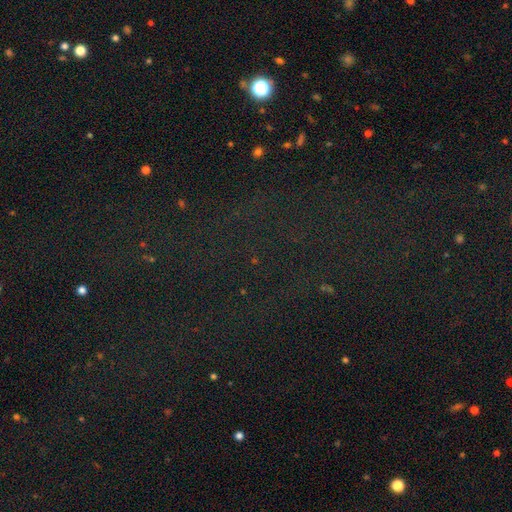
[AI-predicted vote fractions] Smooth or featured? star or artifact (75%)